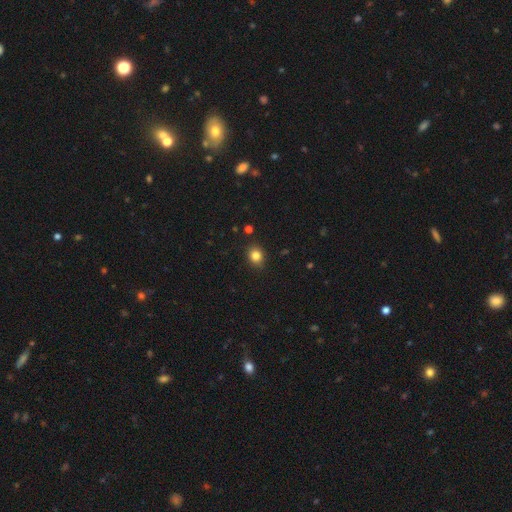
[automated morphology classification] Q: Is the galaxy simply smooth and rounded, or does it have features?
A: smooth — 83%.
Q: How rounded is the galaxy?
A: round — 61%.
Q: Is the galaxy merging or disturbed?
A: none — 88%.